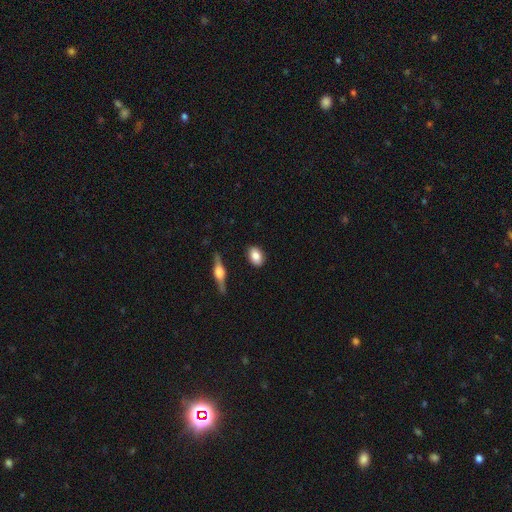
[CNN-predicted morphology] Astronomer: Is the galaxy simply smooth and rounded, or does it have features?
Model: smooth — 80%.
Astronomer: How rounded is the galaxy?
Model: in between — 76%.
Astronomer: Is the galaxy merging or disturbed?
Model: none — 87%.